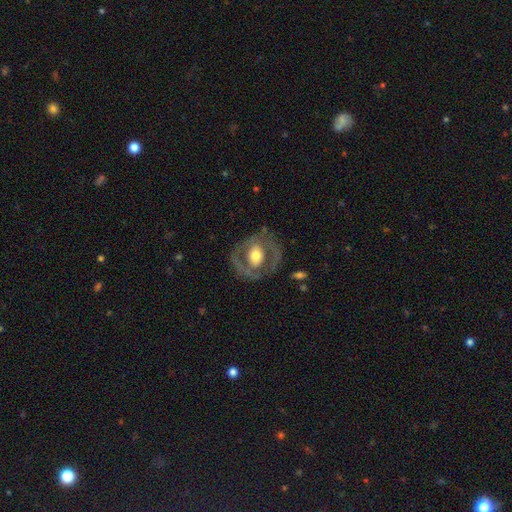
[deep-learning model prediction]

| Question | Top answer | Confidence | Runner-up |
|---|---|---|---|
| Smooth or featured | featured or disk | 62% | smooth (33%) |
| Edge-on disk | no | 94% | yes (6%) |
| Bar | no | 65% | weak (23%) |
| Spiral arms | no | 70% | yes (30%) |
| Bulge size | moderate | 58% | large (31%) |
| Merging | none | 72% | minor disturbance (15%) |